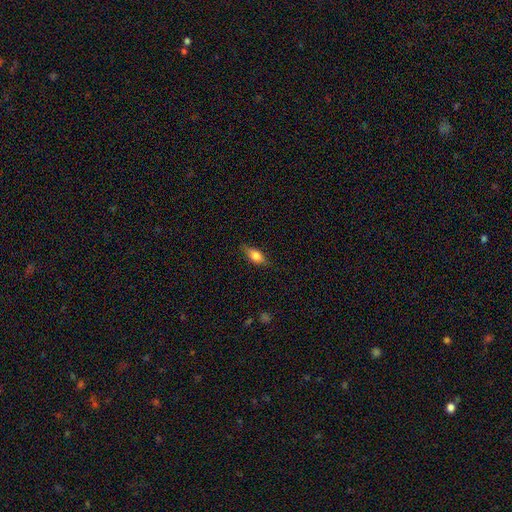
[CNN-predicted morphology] This appears to be a smooth galaxy with no disk features (77%) that is in between round and cigar-shaped (80%). Merging: none (74%).